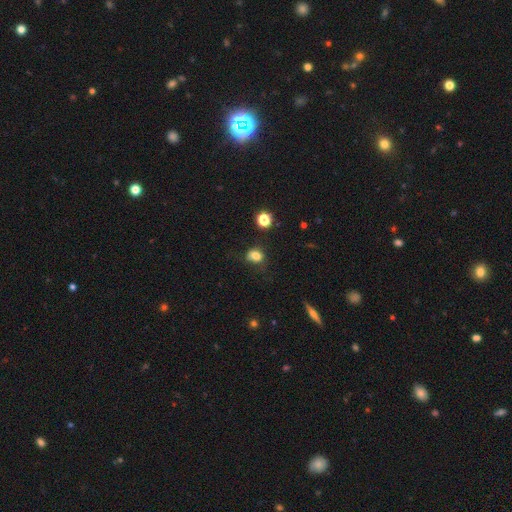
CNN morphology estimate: smooth_or_featured: smooth (p=0.80) [alt: star or artifact p=0.13]
how_rounded: in between (p=0.50) [alt: round p=0.49]
merging: none (p=0.59) [alt: minor disturbance p=0.27]